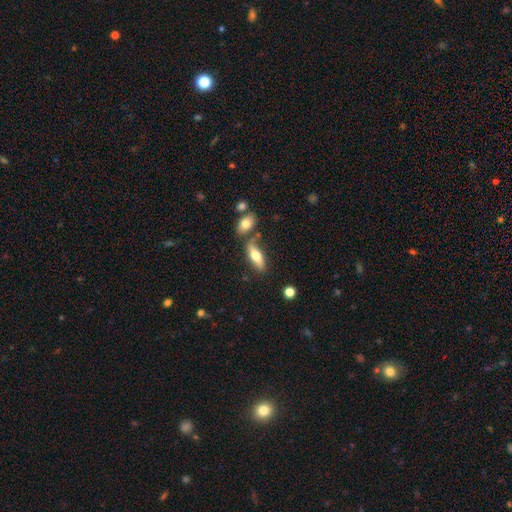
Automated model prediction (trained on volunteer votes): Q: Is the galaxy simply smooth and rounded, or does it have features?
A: smooth — 67%.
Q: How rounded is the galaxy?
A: in between — 64%.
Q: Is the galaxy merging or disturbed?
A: none — 65%.